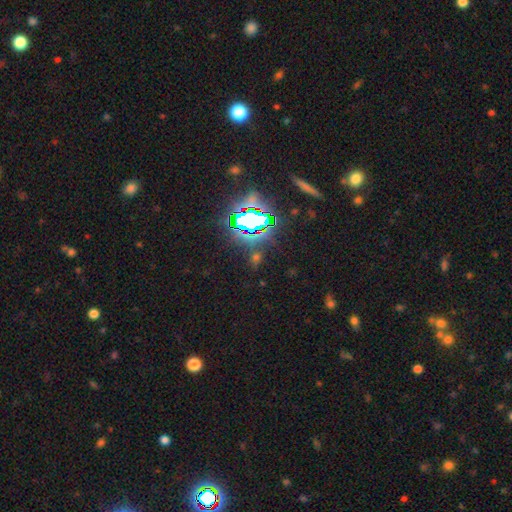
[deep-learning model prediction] A star or artifact, not a galaxy (74%).

Vote fractions:
- Smooth or featured? star or artifact: 74% / smooth: 17% / featured or disk: 9%